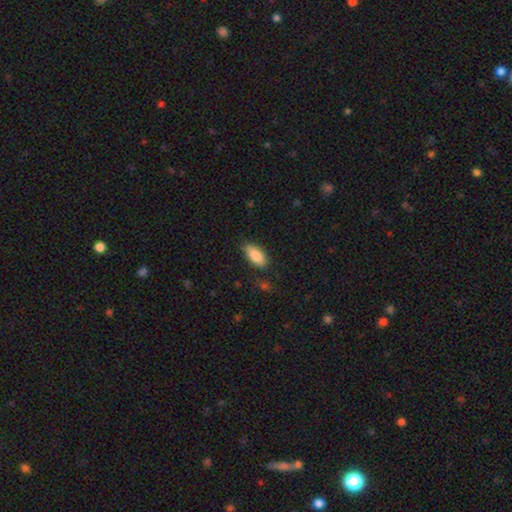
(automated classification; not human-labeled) A smooth galaxy with no disk features (86%) that is in between round and cigar-shaped (88%). Merging: none (80%).